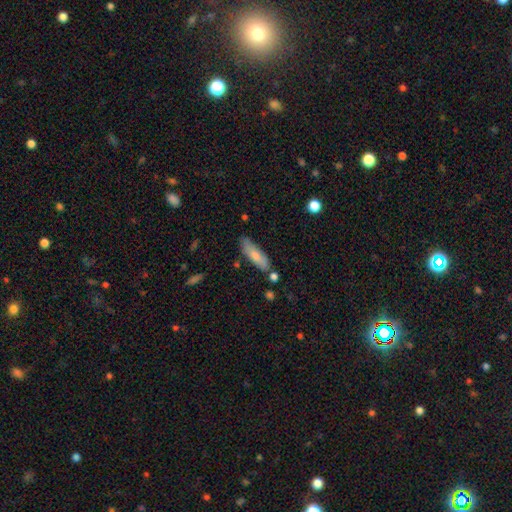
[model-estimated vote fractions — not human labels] Morphology: type=smooth (72%); roundness=cigar-shaped (52%); merging=none (73%).